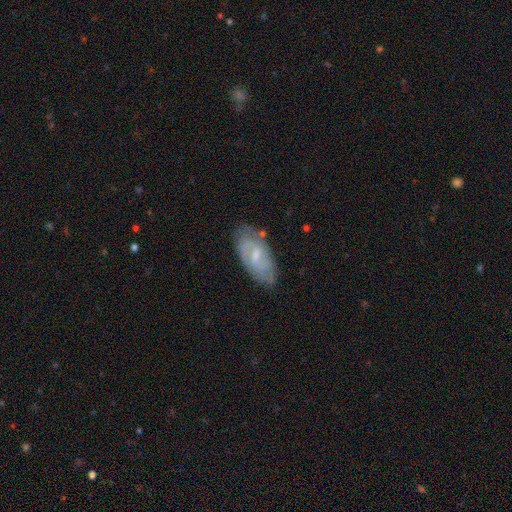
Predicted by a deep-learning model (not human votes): Morphology: type=featured or disk (67%); edge-on=no (92%); bar=weak (59%); spiral arms=yes (83%); winding=medium (43%); arm count=2 (61%); bulge=small (52%); merging=none (72%).